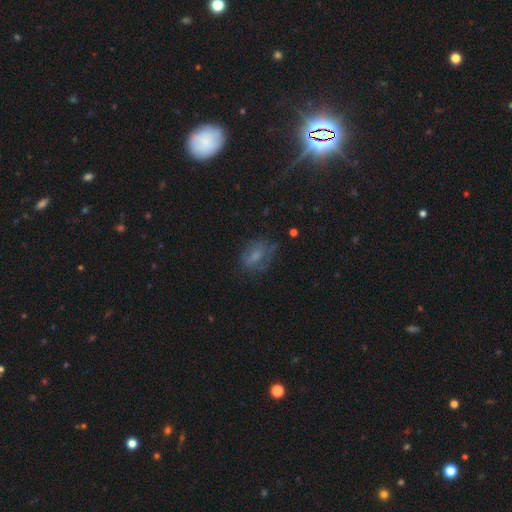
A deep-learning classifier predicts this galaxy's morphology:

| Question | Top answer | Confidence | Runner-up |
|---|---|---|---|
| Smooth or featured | smooth | 51% | featured or disk (31%) |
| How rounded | in between | 74% | round (22%) |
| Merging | none | 54% | minor disturbance (25%) |